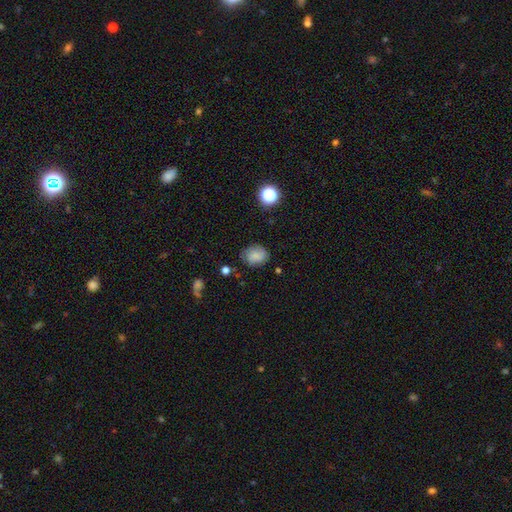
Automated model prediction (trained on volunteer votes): This appears to be a smooth galaxy with no disk features (71%) that is round (54%). Merging: none (72%).